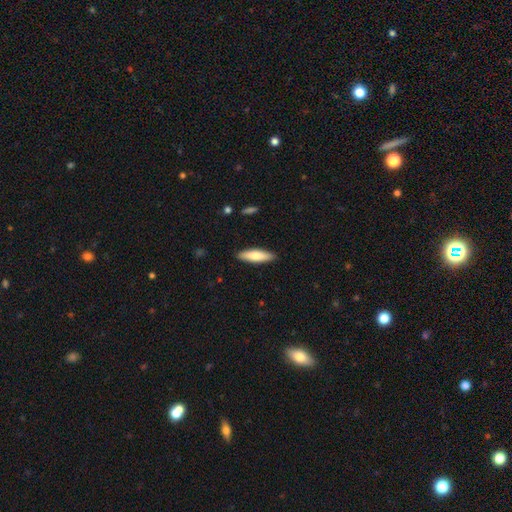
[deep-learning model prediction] A smooth galaxy with no disk features (76%) that is cigar-shaped (61%).

Vote fractions:
- Smooth or featured? smooth: 76% / featured or disk: 19% / star or artifact: 5%
- How rounded? cigar-shaped: 61% / in between: 37% / round: 2%
- Merging? none: 90% / minor disturbance: 8% / major disturbance: 2% / merger: 1%